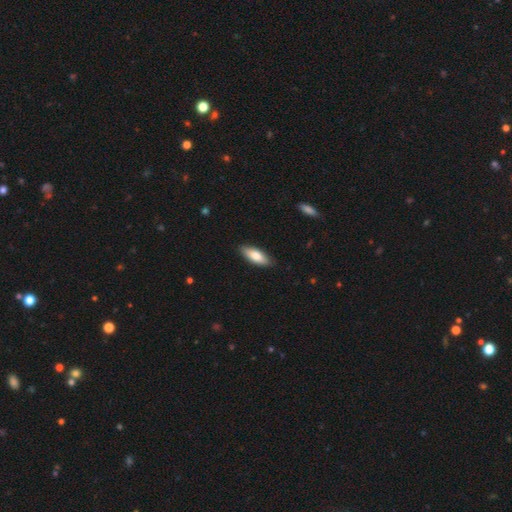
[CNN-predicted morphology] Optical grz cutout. It shows a smooth galaxy with no disk features (80%) that is in between round and cigar-shaped (71%). Merging: none (87%).